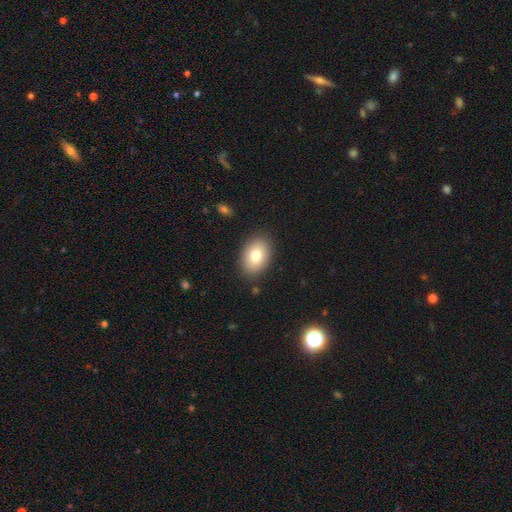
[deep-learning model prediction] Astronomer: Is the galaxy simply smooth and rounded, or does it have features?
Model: smooth — 80%.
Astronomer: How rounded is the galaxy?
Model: in between — 84%.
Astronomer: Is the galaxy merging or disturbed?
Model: none — 87%.